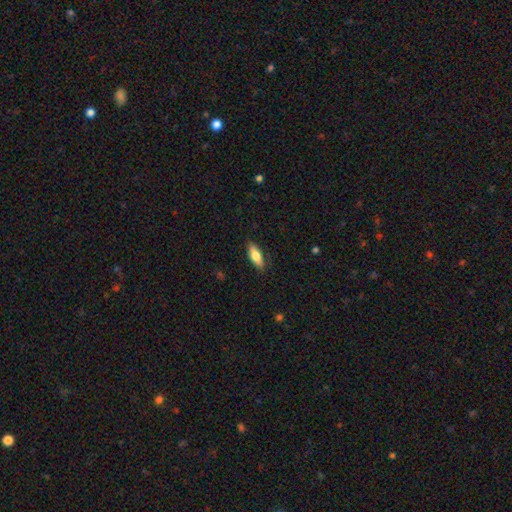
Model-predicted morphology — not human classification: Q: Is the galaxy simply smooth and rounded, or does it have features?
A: smooth — 74%.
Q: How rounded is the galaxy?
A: in between — 68%.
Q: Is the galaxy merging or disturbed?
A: none — 85%.